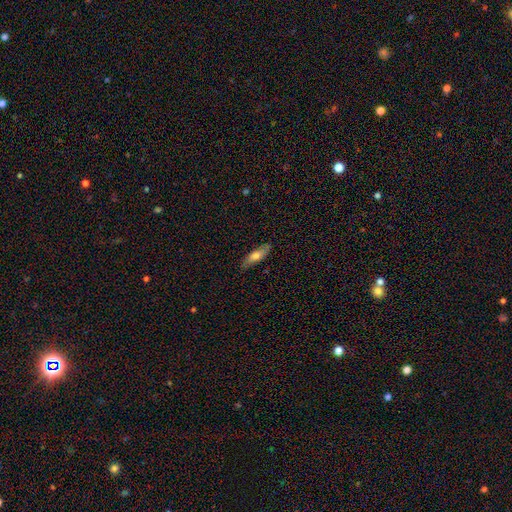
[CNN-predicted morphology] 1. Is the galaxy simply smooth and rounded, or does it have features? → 65% smooth, 29% featured or disk, 6% star or artifact.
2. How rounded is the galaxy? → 50% in between, 48% cigar-shaped, 2% round.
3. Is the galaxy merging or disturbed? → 82% none, 15% minor disturbance, 3% major disturbance, 1% merger.